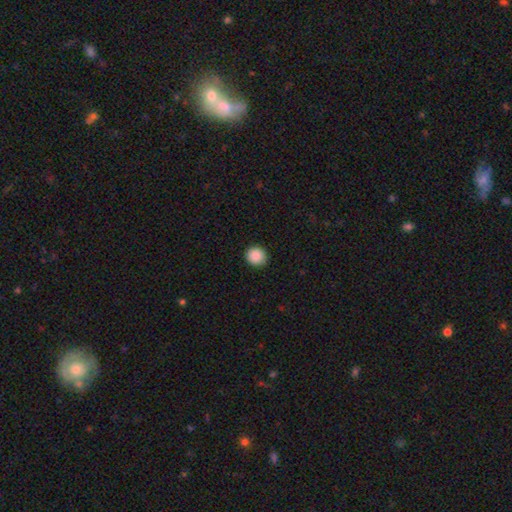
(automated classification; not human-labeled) Smooth or featured?
  - smooth: 89% *
  - star or artifact: 8%
  - featured or disk: 3%
How rounded?
  - round: 91% *
  - in between: 8%
  - cigar-shaped: 1%
Merging?
  - none: 92% *
  - minor disturbance: 5%
  - major disturbance: 2%
  - merger: 1%